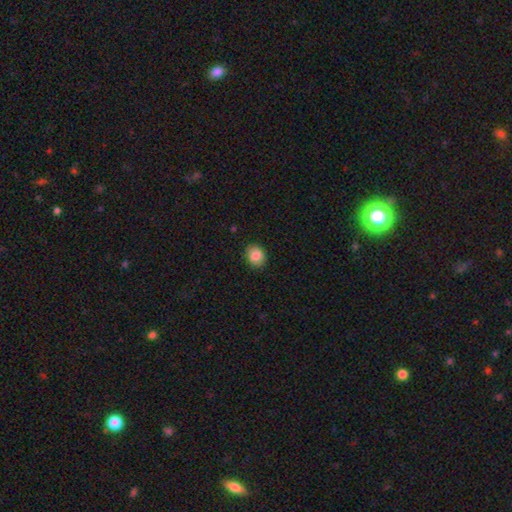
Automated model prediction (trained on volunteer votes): smooth 85%, star or artifact 8%, featured or disk 7%. Down the decision tree: how rounded — round (59%); merging — none (87%).